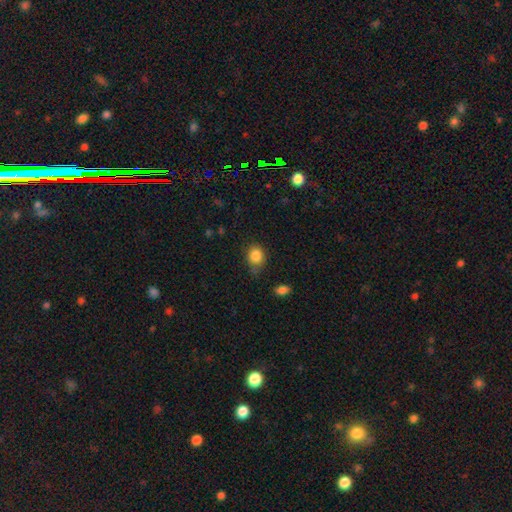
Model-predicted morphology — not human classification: Smooth or featured? Predicted: smooth (p=0.85). How rounded? Predicted: round (p=0.61). Merging? Predicted: none (p=0.71).